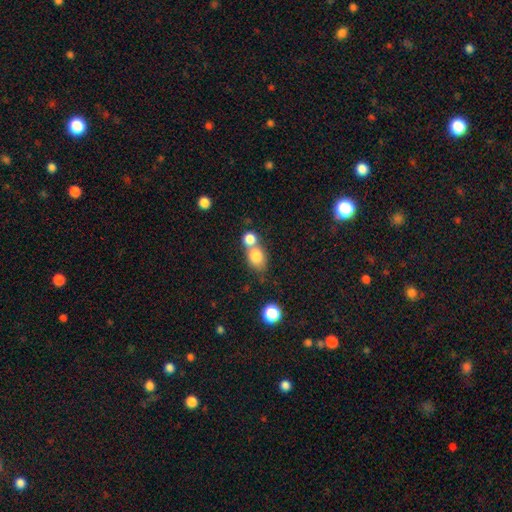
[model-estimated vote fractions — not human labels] Overall: smooth (80%). How rounded: round (50%; in between 48%). Merging: merger (49%; none 38%).